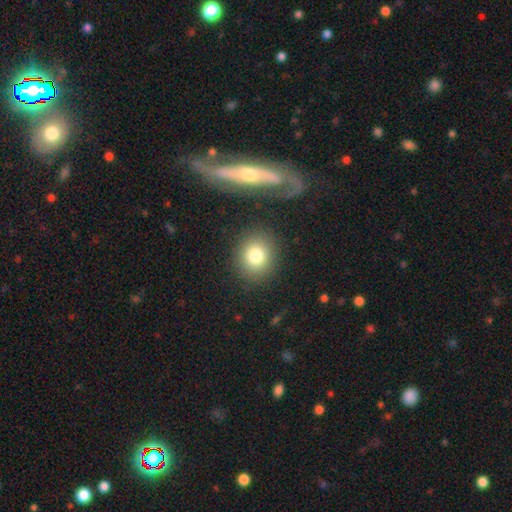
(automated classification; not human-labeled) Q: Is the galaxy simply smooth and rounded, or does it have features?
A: smooth — 80%.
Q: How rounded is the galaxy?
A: round — 79%.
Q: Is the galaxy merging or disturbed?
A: none — 87%.